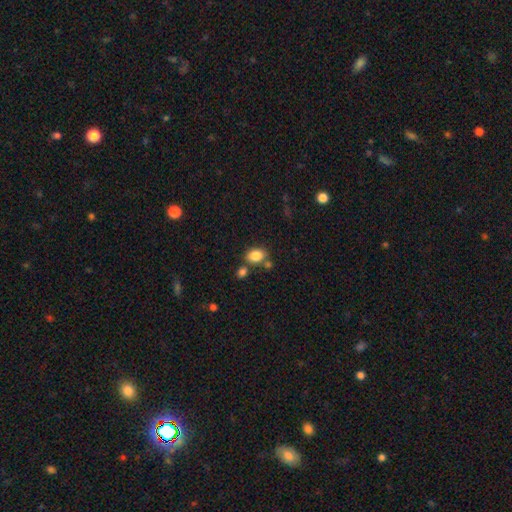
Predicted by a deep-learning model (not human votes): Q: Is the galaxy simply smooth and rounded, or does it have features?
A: smooth — 84%.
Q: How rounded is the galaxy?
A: in between — 72%.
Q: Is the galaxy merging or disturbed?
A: none — 66%.